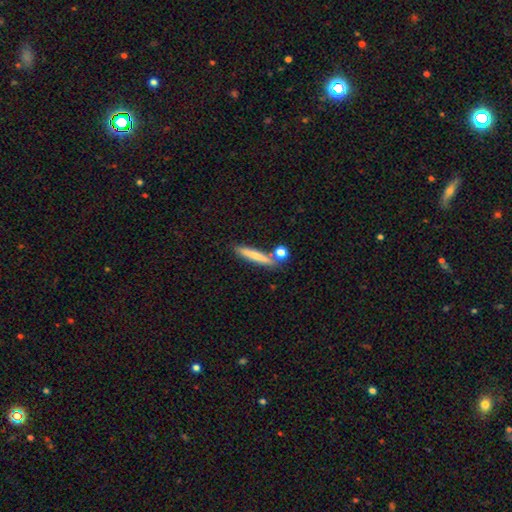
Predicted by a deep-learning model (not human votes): Smooth or featured? Predicted: smooth (p=0.71). How rounded? Predicted: cigar-shaped (p=0.87). Merging? Predicted: none (p=0.74).